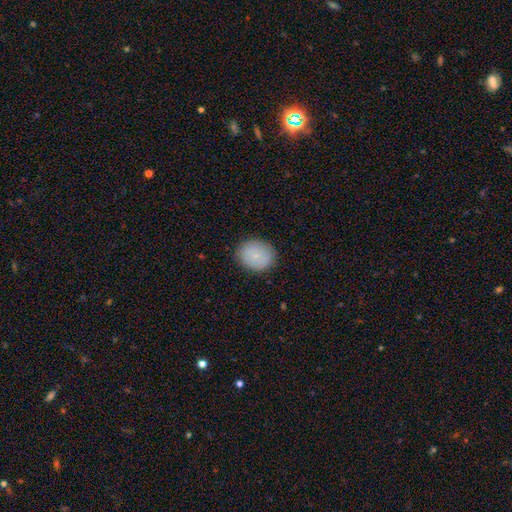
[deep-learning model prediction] Smooth or featured: smooth — 79% (featured or disk — 13%)
How rounded: round — 69% (in between — 30%)
Merging: none — 87% (minor disturbance — 10%)